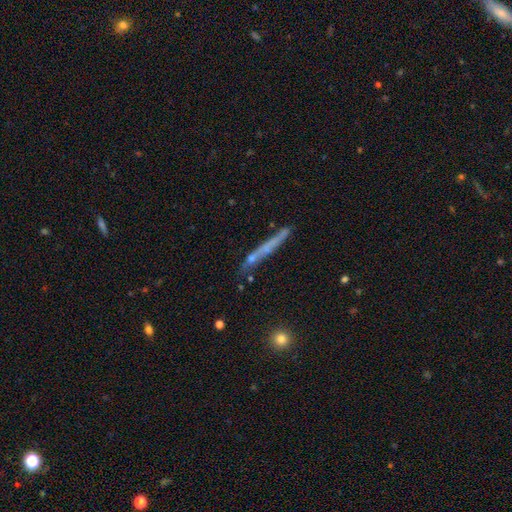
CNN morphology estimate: Smooth or featured?
  - featured or disk: 46% * (tied)
  - smooth: 46% * (tied)
  - star or artifact: 8%
Merging?
  - none: 69% *
  - minor disturbance: 19%
  - merger: 6%
  - major disturbance: 6%